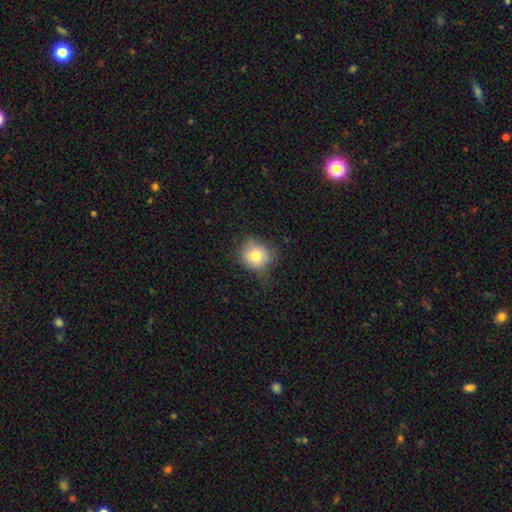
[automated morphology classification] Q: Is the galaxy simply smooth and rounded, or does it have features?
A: smooth — 76%.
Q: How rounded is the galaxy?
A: round — 79%.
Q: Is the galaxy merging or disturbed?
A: none — 65%.